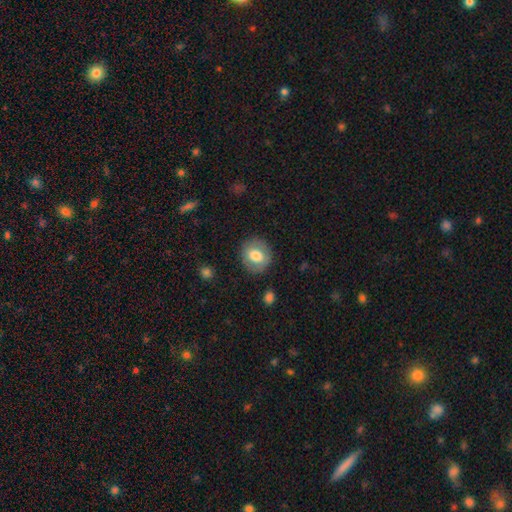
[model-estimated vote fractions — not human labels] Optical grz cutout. It shows a smooth galaxy with no disk features (68%) that is round (76%). Merging: none (85%).